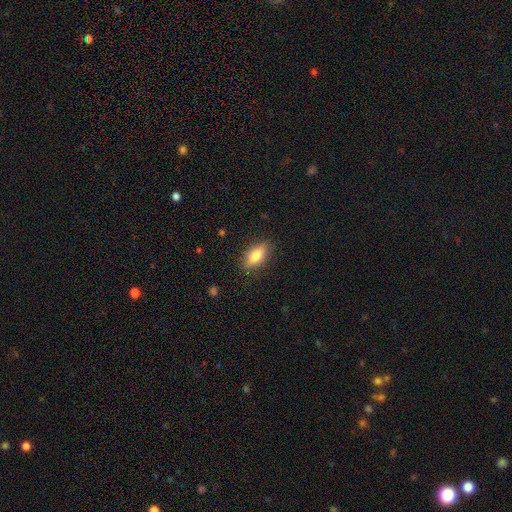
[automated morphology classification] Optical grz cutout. It shows a smooth galaxy with no disk features (75%) that is in between round and cigar-shaped (80%). Merging: none (85%).